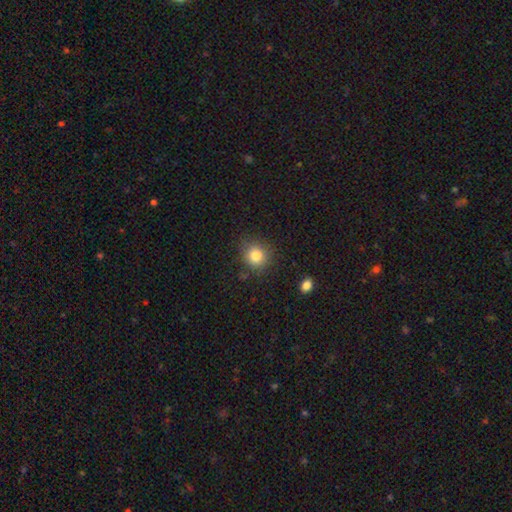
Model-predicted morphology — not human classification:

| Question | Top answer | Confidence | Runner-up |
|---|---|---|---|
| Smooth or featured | smooth | 82% | star or artifact (11%) |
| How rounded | round | 88% | in between (12%) |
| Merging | none | 84% | minor disturbance (11%) |